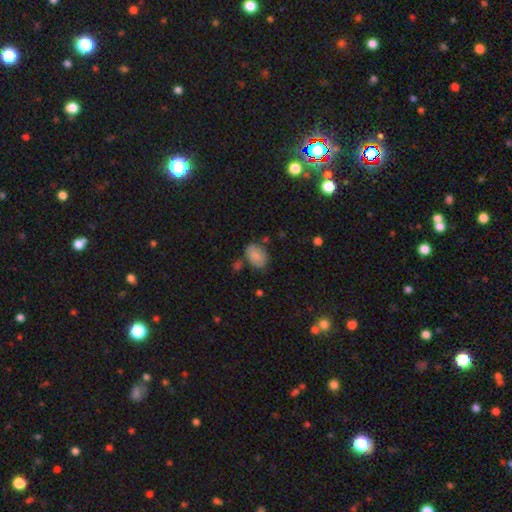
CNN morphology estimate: Smooth or featured? smooth (79%)
How rounded? in between (77%)
Merging? none (67%)